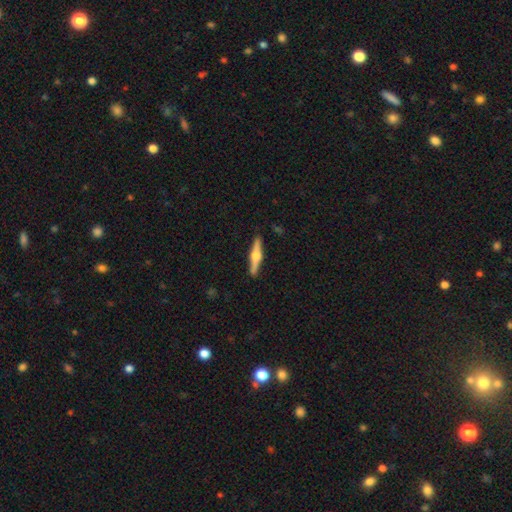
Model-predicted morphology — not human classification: The model was most divided on "smooth or featured": featured or disk: 73%, smooth: 22%, star or artifact: 5%. More confident: edge-on disk — yes (98%); edge-on bulge — rounded (94%); merging — none (91%).